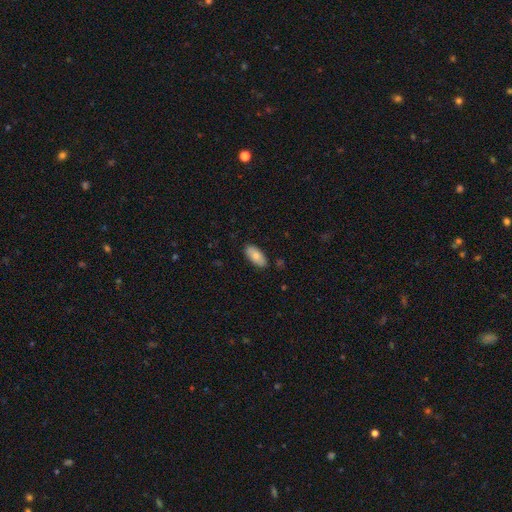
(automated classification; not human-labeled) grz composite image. It shows a smooth galaxy with no disk features (80%) that is in between round and cigar-shaped (91%). Merging: none (86%).